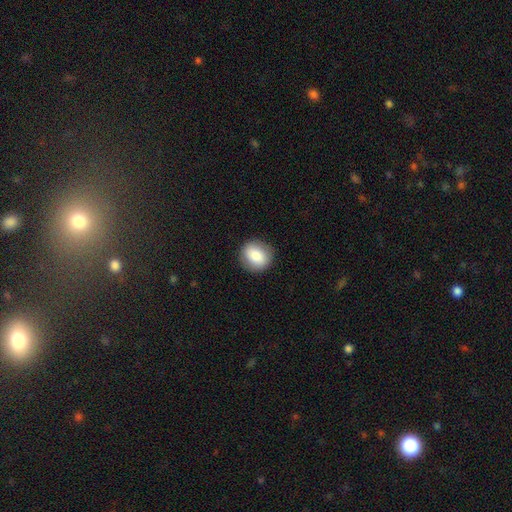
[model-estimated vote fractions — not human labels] Q: Smooth or featured?
A: smooth (81%); runner-up: featured or disk (11%)
Q: How rounded?
A: round (78%); runner-up: in between (21%)
Q: Merging?
A: none (87%); runner-up: minor disturbance (10%)